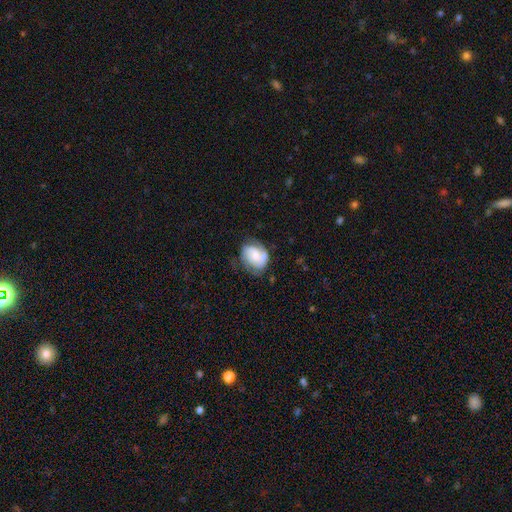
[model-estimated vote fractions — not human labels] This appears to be a featured or disk galaxy (61%) with no bar (61%), 2 (63%) tight (44%) spiral arms (88%) and a small central bulge (41%). Merging: none (59%).